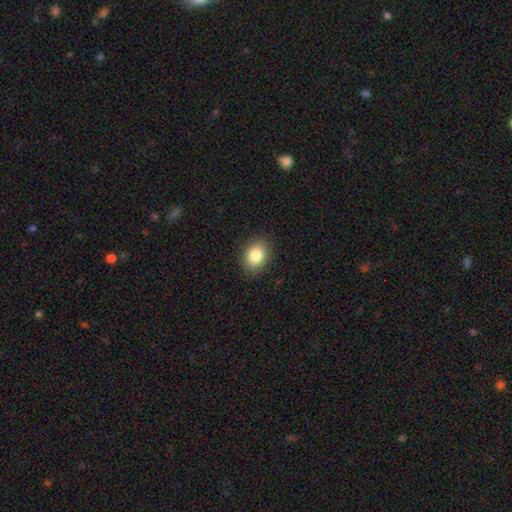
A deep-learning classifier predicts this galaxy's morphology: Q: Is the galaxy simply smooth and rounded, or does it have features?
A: smooth — 85%.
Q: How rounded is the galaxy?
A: in between — 59%.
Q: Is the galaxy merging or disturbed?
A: none — 89%.